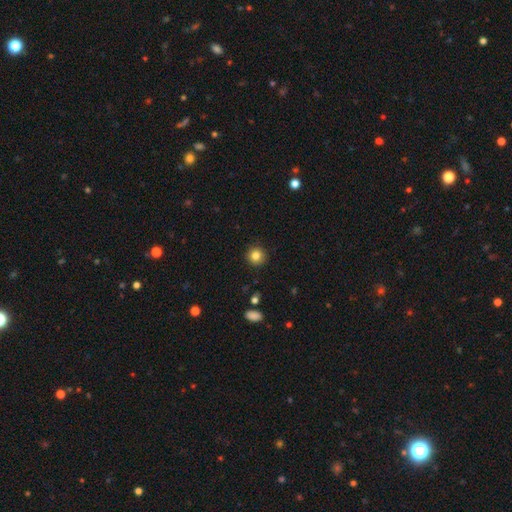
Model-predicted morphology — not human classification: A smooth galaxy with no disk features (83%) that is round (93%).

Vote fractions:
- Smooth or featured? smooth: 83% / star or artifact: 11% / featured or disk: 7%
- How rounded? round: 93% / in between: 6% / cigar-shaped: 1%
- Merging? none: 91% / minor disturbance: 6% / major disturbance: 2% / merger: 1%